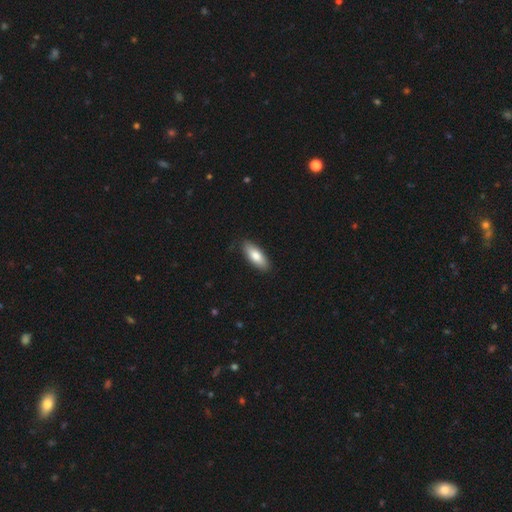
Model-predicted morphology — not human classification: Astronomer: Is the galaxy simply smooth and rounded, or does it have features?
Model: smooth — 79%.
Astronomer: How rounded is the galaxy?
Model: in between — 75%.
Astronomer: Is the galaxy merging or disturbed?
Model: none — 87%.